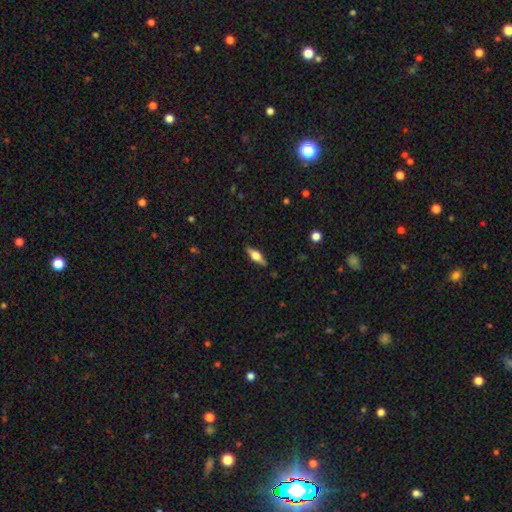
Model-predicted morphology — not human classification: A featured or disk galaxy (51%) viewed edge-on (93%).

Vote fractions:
- Smooth or featured? featured or disk: 51% / smooth: 42% / star or artifact: 7%
- Edge-on disk? yes: 93% / no: 7%
- Merging? none: 87% / minor disturbance: 10% / major disturbance: 2% / merger: 1%